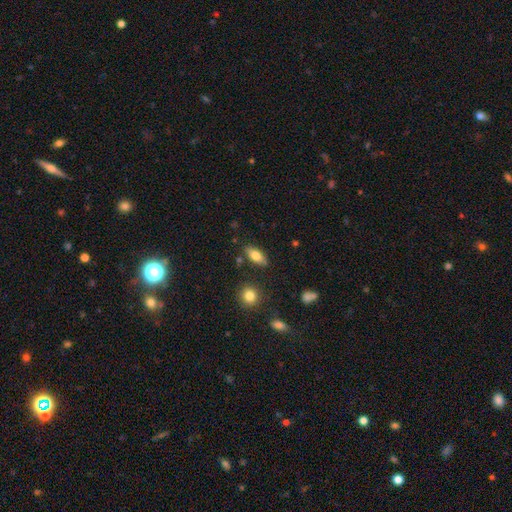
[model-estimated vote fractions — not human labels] Smooth or featured?
  - smooth: 75% *
  - featured or disk: 18%
  - star or artifact: 7%
How rounded?
  - in between: 80% *
  - cigar-shaped: 17%
  - round: 3%
Merging?
  - none: 83% *
  - minor disturbance: 11%
  - merger: 4%
  - major disturbance: 3%